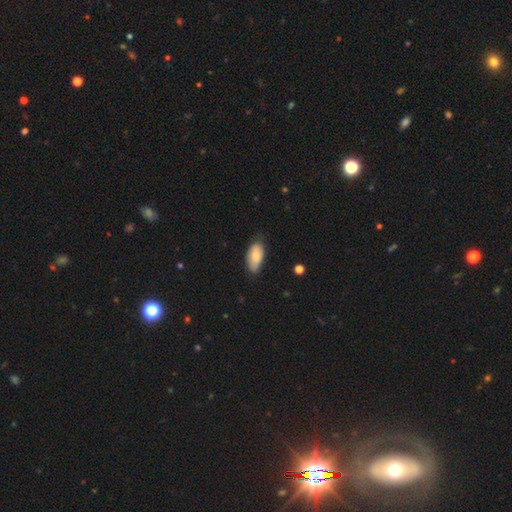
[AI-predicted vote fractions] A smooth galaxy with no disk features (78%) that is in between round and cigar-shaped (93%). Merging: none (71%).